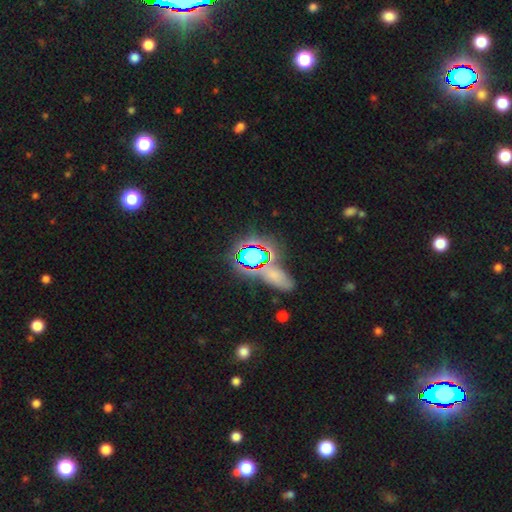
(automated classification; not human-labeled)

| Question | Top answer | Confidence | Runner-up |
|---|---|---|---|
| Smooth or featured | star or artifact | 56% | smooth (30%) |